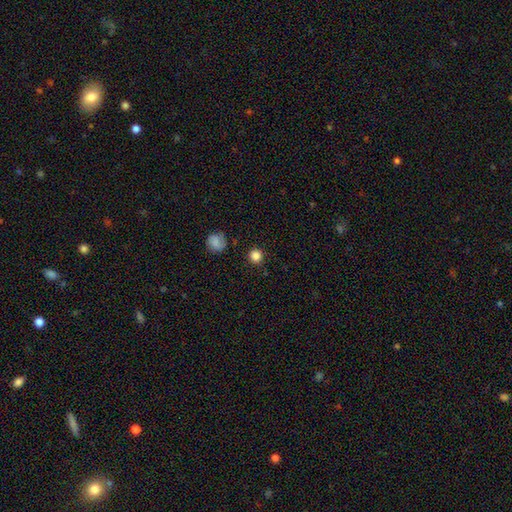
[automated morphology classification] This is clearly a smooth galaxy (83%). How rounded: clearly round (93%). Merging: clearly none (88%).